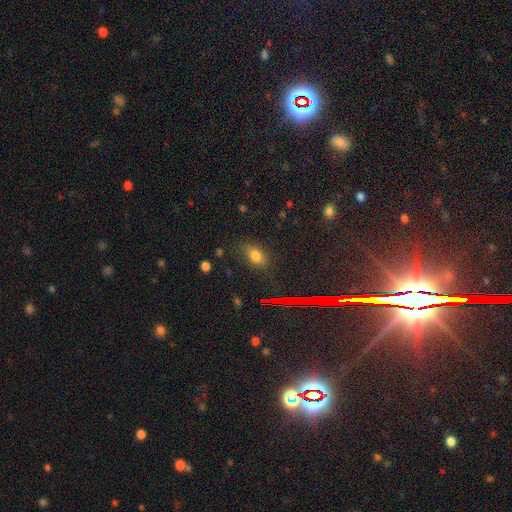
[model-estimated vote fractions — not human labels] Smooth or featured? smooth (71%)
How rounded? in between (77%)
Merging? none (81%)